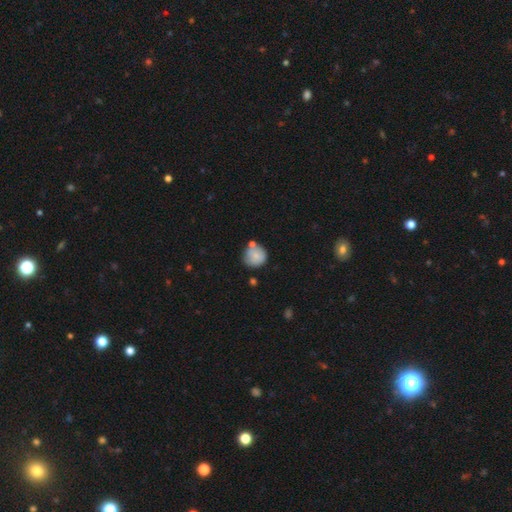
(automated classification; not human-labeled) The model was most divided on "merging": none: 61%, minor disturbance: 20%, merger: 15%, major disturbance: 5%. More confident: how rounded — round (89%); smooth or featured — smooth (79%).